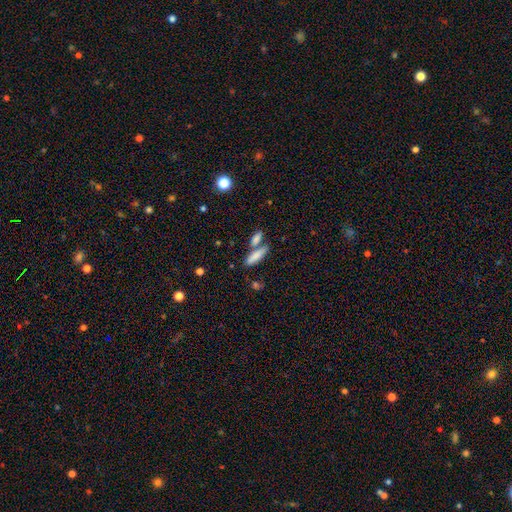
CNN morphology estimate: type=smooth (80%); roundness=cigar-shaped (61%); merging=none (54%).